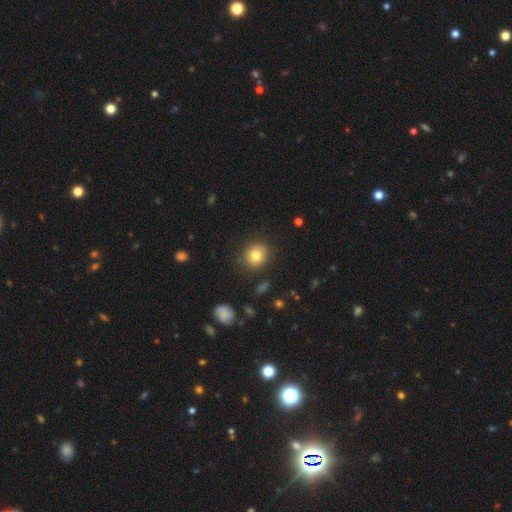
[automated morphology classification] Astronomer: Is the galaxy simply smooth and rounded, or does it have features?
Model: smooth — 81%.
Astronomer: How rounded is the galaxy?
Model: round — 87%.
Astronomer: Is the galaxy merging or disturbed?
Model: none — 85%.